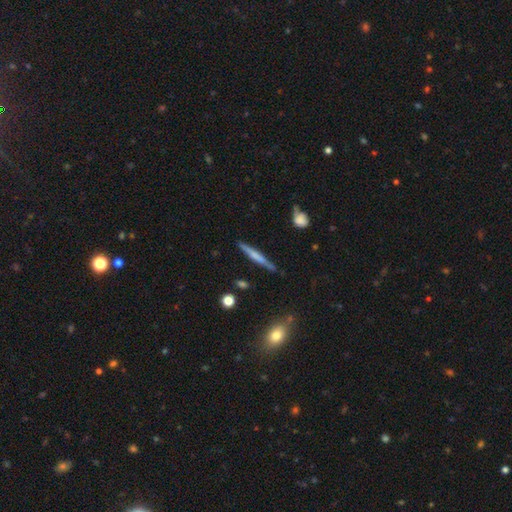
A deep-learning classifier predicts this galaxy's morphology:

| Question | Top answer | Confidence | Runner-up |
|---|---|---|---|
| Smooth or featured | featured or disk | 49% | smooth (45%) |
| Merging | none | 85% | minor disturbance (11%) |